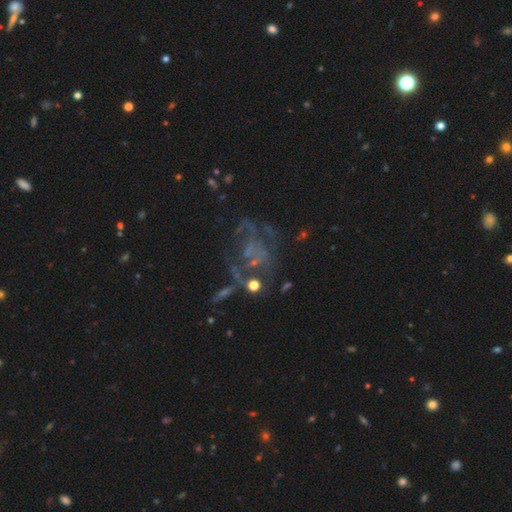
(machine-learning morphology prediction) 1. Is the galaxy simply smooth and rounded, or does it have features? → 61% featured or disk, 24% star or artifact, 15% smooth.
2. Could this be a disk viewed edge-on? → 97% no, 3% yes.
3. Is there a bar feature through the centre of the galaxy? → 80% no, 15% weak, 5% strong.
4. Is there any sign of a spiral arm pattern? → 53% yes, 47% no.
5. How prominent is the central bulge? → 59% none, 27% small, 10% moderate, 3% large, 2% dominant.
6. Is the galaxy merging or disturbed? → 39% none, 32% major disturbance, 16% minor disturbance, 13% merger.